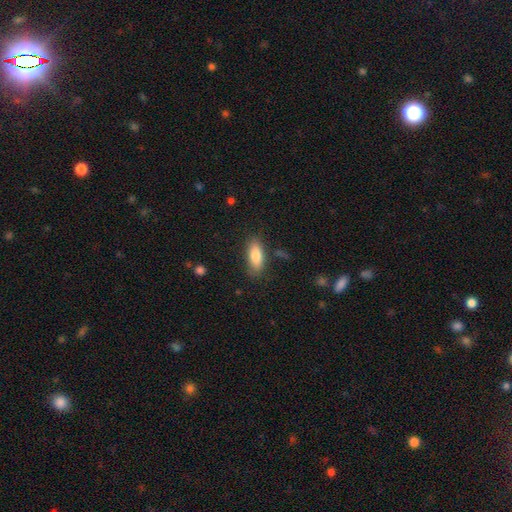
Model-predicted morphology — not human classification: A smooth galaxy with no disk features (81%) that is in between round and cigar-shaped (78%).

Vote fractions:
- Smooth or featured? smooth: 81% / featured or disk: 12% / star or artifact: 7%
- How rounded? in between: 78% / cigar-shaped: 19% / round: 3%
- Merging? none: 81% / minor disturbance: 14% / major disturbance: 3% / merger: 2%